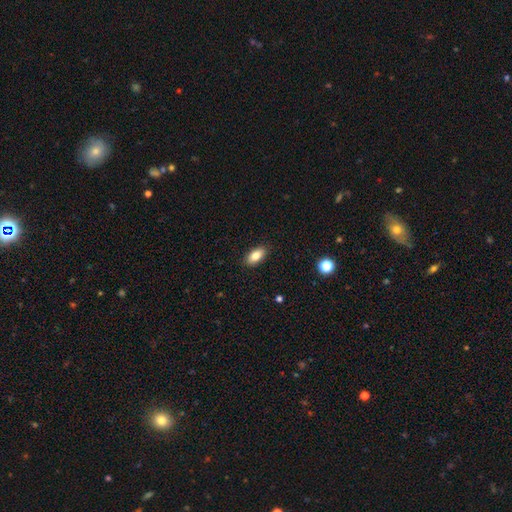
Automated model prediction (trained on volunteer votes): Overall: smooth (84%). How rounded: in between (91%). Merging: none (89%).